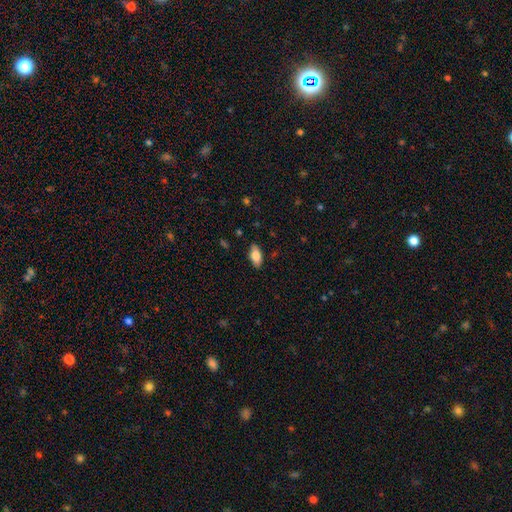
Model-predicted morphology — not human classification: Q: Smooth or featured?
A: smooth (81%); runner-up: featured or disk (13%)
Q: How rounded?
A: in between (89%); runner-up: cigar-shaped (8%)
Q: Merging?
A: none (85%); runner-up: minor disturbance (11%)